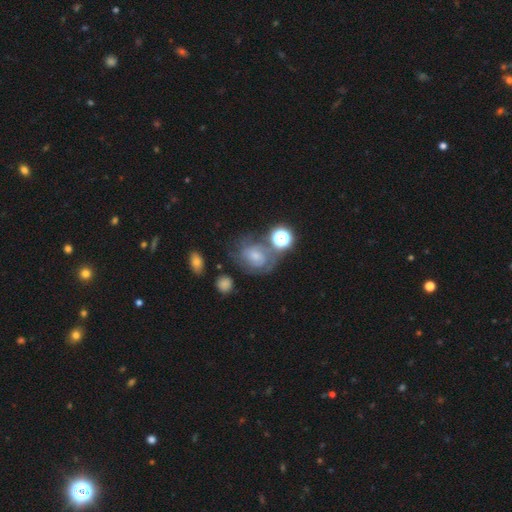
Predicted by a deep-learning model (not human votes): This appears to be a featured or disk galaxy (57%) with no bar (53%), spiral arms (82%) and a small central bulge (36%). Merging: none (51%).